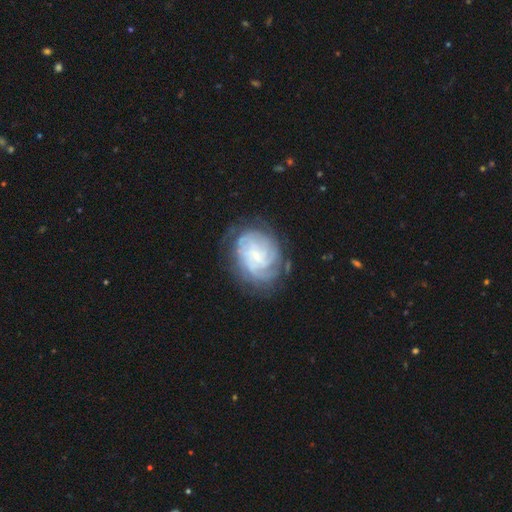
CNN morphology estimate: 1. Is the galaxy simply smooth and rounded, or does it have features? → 79% featured or disk, 14% smooth, 7% star or artifact.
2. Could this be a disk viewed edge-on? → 97% no, 3% yes.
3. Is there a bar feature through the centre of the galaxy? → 63% no, 31% weak, 6% strong.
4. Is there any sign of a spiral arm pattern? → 94% yes, 6% no.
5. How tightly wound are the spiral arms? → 72% tight, 22% medium, 6% loose.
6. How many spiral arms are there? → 39% can't tell, 22% 4, 12% 3, 12% more than 4, 9% 2, 6% 1.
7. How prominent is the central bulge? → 79% small, 13% moderate, 6% none, 1% large, 1% dominant.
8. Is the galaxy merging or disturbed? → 71% none, 18% minor disturbance, 9% major disturbance, 2% merger.